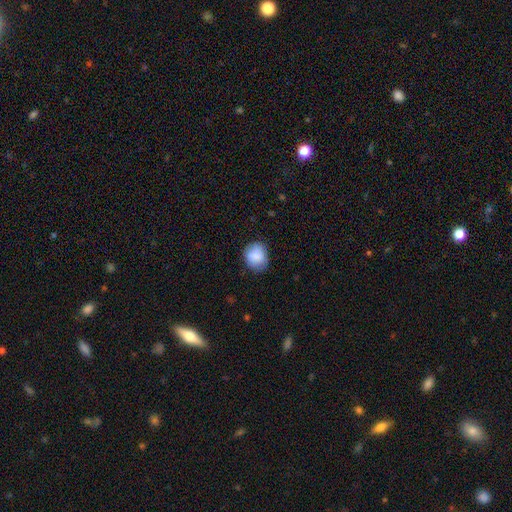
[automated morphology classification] smooth 82%, featured or disk 10%, star or artifact 8%. Down the decision tree: how rounded — round (67%); merging — none (75%).